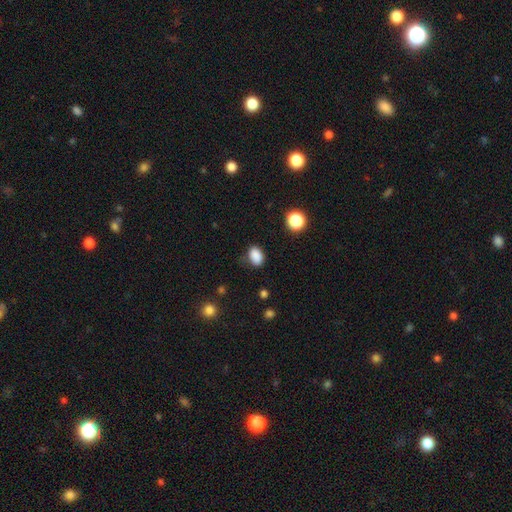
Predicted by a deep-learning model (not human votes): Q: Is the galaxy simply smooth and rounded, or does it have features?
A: smooth — 87%.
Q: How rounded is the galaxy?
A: in between — 81%.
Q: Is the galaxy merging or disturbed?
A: none — 74%.